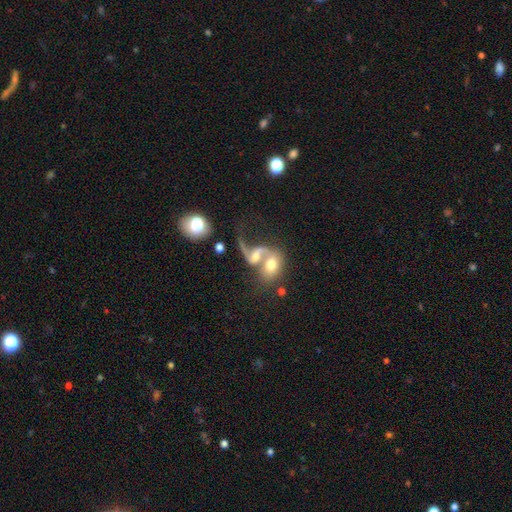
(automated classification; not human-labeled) Smooth or featured?
  - featured or disk: 63% *
  - smooth: 28%
  - star or artifact: 9%
Edge-on disk?
  - no: 95% *
  - yes: 5%
Bar?
  - no: 51% *
  - weak: 33%
  - strong: 16%
Spiral arms?
  - yes: 78% *
  - no: 22%
Bulge size?
  - moderate: 54% *
  - small: 22%
  - large: 15%
  - none: 6%
  - dominant: 3%
Merging?
  - merger: 72% *
  - none: 13%
  - major disturbance: 10%
  - minor disturbance: 5%